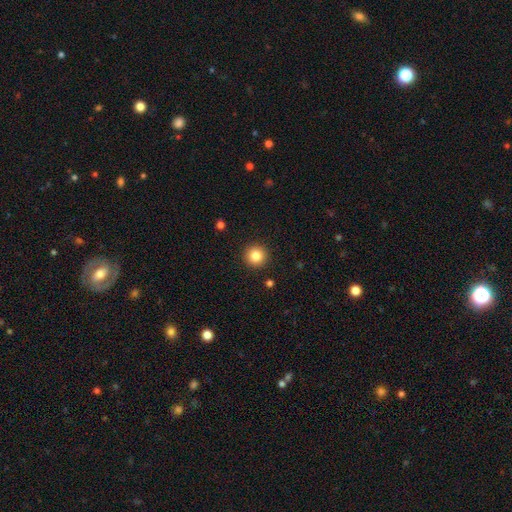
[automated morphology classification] Q: Smooth or featured?
A: smooth (84%); runner-up: star or artifact (10%)
Q: How rounded?
A: round (95%); runner-up: in between (4%)
Q: Merging?
A: none (92%); runner-up: minor disturbance (5%)